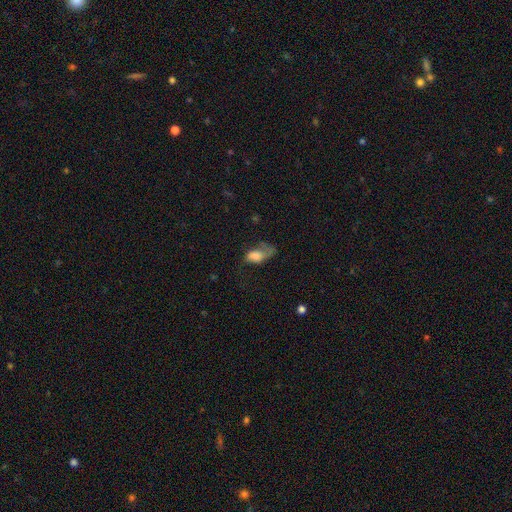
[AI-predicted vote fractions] A smooth galaxy with no disk features (59%) that is in between round and cigar-shaped (89%). Merging: major disturbance (50%).